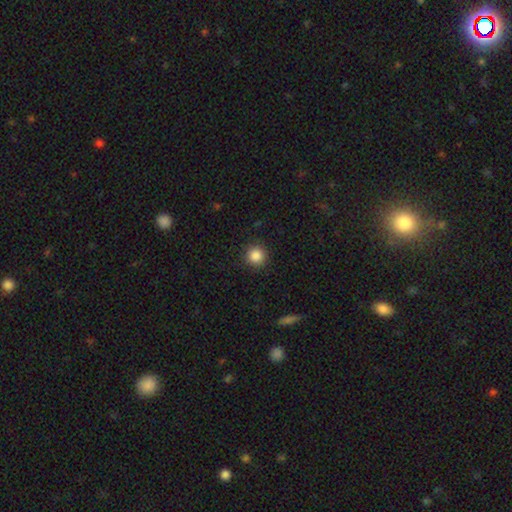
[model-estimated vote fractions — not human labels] Q: Smooth or featured?
A: smooth (86%); runner-up: star or artifact (10%)
Q: How rounded?
A: round (95%); runner-up: in between (4%)
Q: Merging?
A: none (91%); runner-up: minor disturbance (6%)